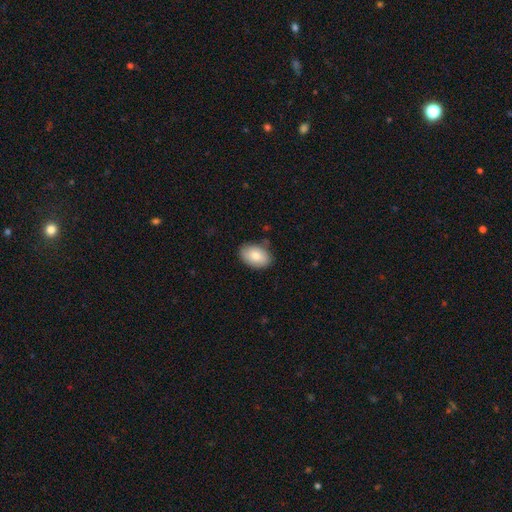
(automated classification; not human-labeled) A smooth galaxy with no disk features (81%) that is in between round and cigar-shaped (88%).

Vote fractions:
- Smooth or featured? smooth: 81% / featured or disk: 12% / star or artifact: 6%
- How rounded? in between: 88% / round: 10% / cigar-shaped: 1%
- Merging? none: 82% / minor disturbance: 14% / major disturbance: 3% / merger: 2%